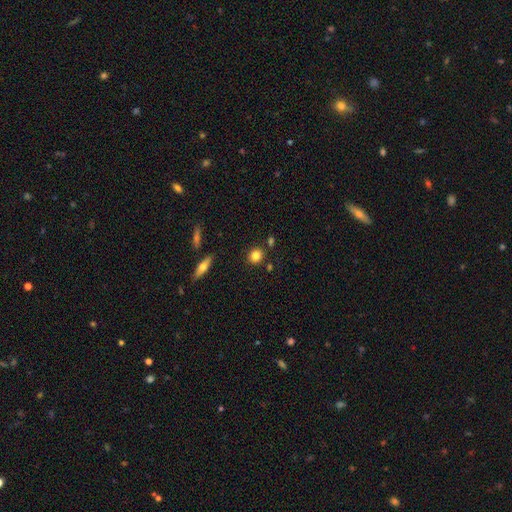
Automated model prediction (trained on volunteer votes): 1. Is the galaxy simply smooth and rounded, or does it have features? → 82% smooth, 10% star or artifact, 8% featured or disk.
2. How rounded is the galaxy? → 79% round, 19% in between, 2% cigar-shaped.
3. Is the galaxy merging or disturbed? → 84% none, 8% minor disturbance, 6% merger, 2% major disturbance.